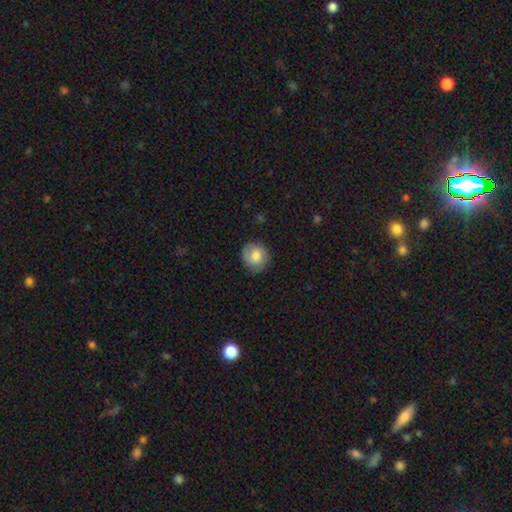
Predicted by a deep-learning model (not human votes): The model was most divided on "smooth or featured": smooth: 71%, featured or disk: 22%, star or artifact: 7%. More confident: how rounded — round (82%); merging — none (77%).